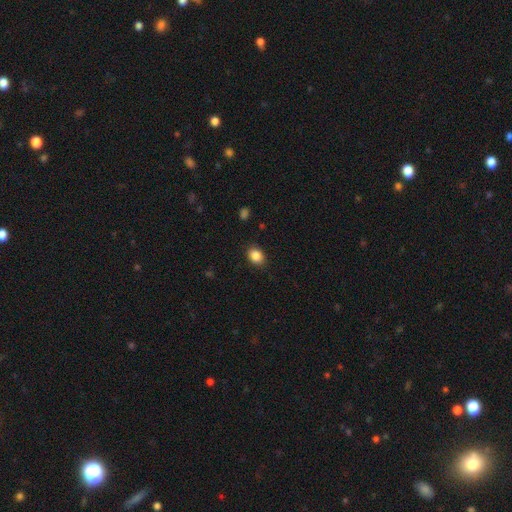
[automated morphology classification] smooth-or-featured: smooth: 86% | star or artifact: 9% | featured or disk: 5%
  how-rounded: in between: 59% | round: 40% | cigar-shaped: 1%
  merging: none: 88% | minor disturbance: 9% | major disturbance: 2% | merger: 1%